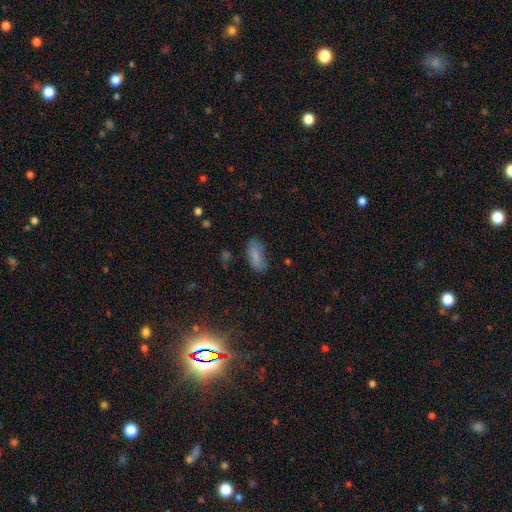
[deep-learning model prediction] Smooth or featured?
  - smooth: 80% *
  - featured or disk: 11%
  - star or artifact: 9%
How rounded?
  - in between: 86% *
  - cigar-shaped: 11%
  - round: 3%
Merging?
  - none: 73% *
  - minor disturbance: 20%
  - major disturbance: 5%
  - merger: 2%